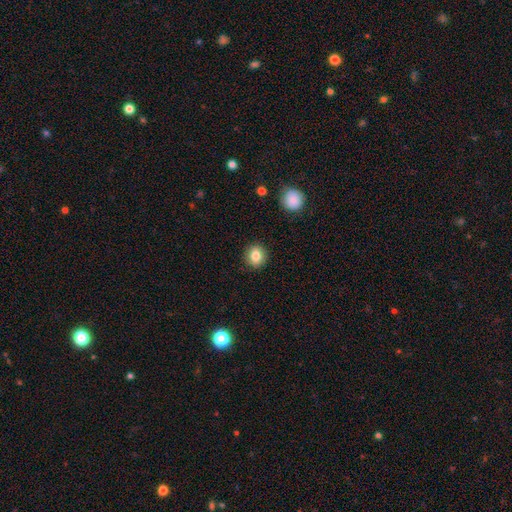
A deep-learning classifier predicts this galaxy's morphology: type=smooth (83%); roundness=round (82%); merging=none (90%).